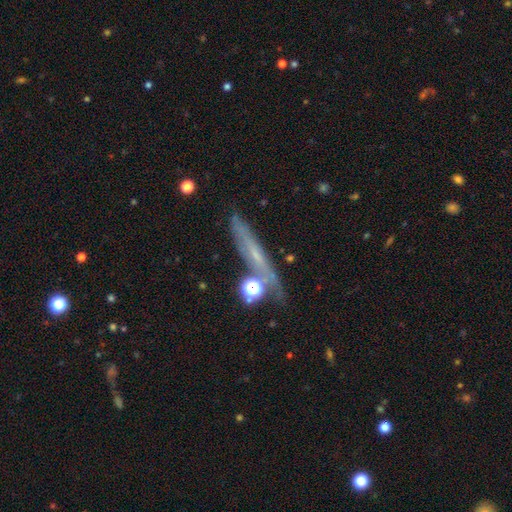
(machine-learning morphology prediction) This appears to be a featured or disk galaxy (51%) viewed edge-on (75%). Merging: none (66%).